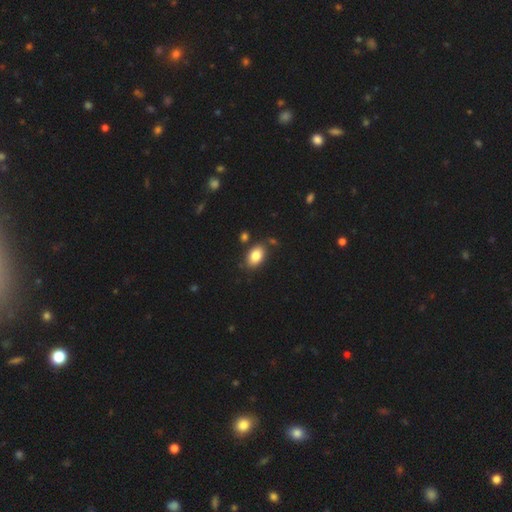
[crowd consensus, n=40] Smooth or featured? 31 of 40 (78%) said smooth. How rounded? 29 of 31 (94%) said in between. Merging? 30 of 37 (81%) said none.